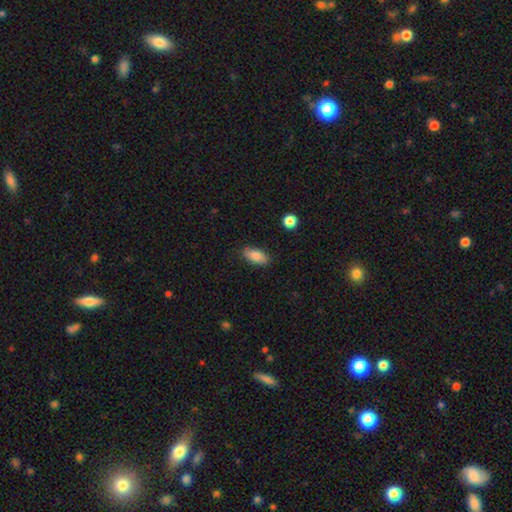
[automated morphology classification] smooth 83%, featured or disk 9%, star or artifact 7%. Down the decision tree: how rounded — in between (87%); merging — none (84%).